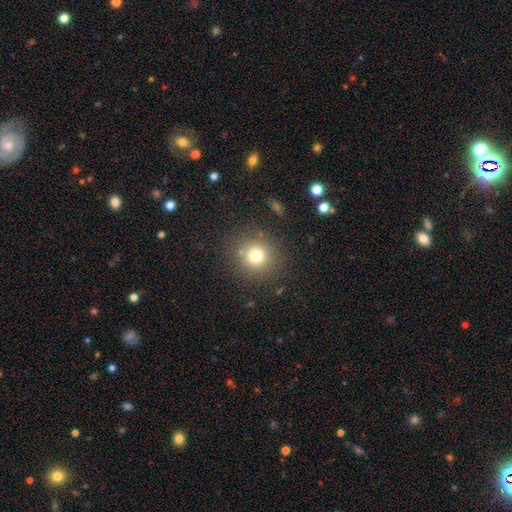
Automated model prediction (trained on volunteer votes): This is likely a smooth galaxy (75%). How rounded: clearly round (91%). Merging: clearly none (85%).